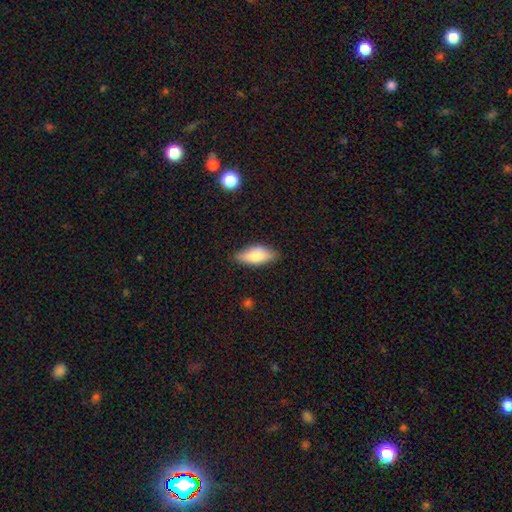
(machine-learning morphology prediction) This appears to be a smooth galaxy with no disk features (79%) that is in between round and cigar-shaped (77%). Merging: none (81%).